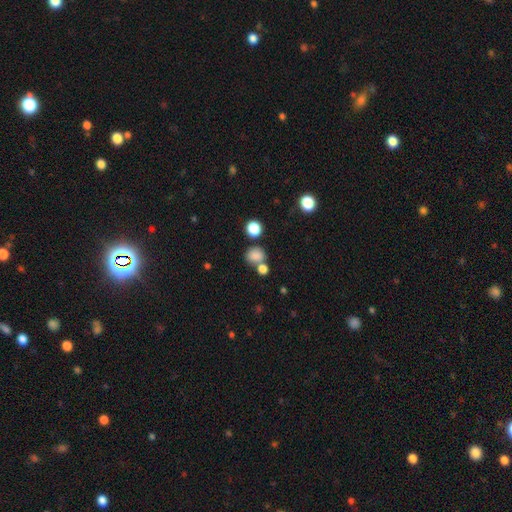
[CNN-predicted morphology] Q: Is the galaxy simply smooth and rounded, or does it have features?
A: smooth — 81%.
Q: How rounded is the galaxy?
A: round — 58%.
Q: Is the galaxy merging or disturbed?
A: none — 55%.